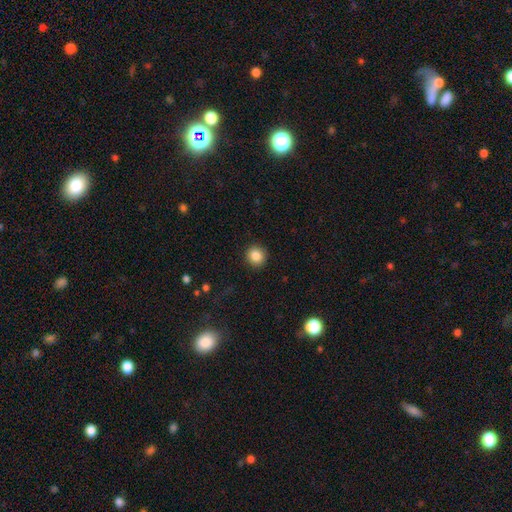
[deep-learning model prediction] Smooth or featured?
  - smooth: 86% *
  - star or artifact: 10%
  - featured or disk: 5%
How rounded?
  - round: 90% *
  - in between: 9%
  - cigar-shaped: 1%
Merging?
  - none: 91% *
  - minor disturbance: 6%
  - major disturbance: 2%
  - merger: 1%